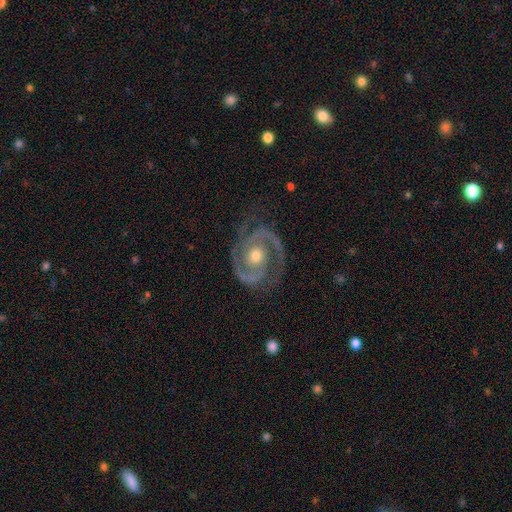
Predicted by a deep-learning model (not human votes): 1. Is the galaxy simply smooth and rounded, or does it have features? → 93% featured or disk, 4% star or artifact, 3% smooth.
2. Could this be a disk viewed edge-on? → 98% no, 2% yes.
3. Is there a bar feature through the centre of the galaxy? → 72% no, 20% weak, 8% strong.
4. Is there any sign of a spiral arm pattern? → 98% yes, 2% no.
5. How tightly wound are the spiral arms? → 52% tight, 42% medium, 6% loose.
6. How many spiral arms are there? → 88% 2, 5% 3, 3% can't tell, 2% 1, 1% 4, 1% more than 4.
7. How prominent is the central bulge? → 66% moderate, 29% small, 3% large, 1% none, 1% dominant.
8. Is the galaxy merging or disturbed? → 77% none, 16% minor disturbance, 6% major disturbance, 1% merger.